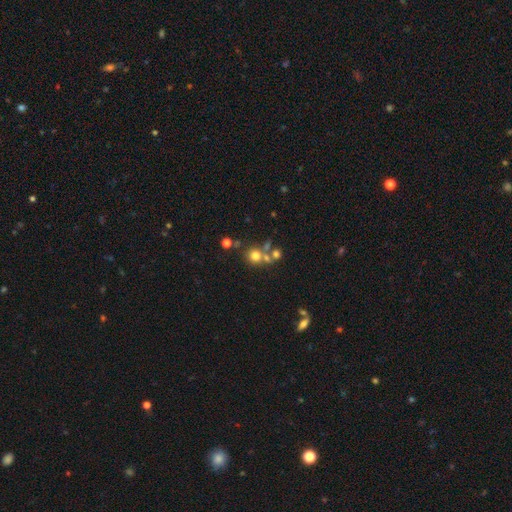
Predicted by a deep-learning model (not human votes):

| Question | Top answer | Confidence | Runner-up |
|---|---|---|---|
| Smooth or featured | smooth | 68% | star or artifact (17%) |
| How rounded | round | 86% | in between (13%) |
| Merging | none | 54% | merger (31%) |